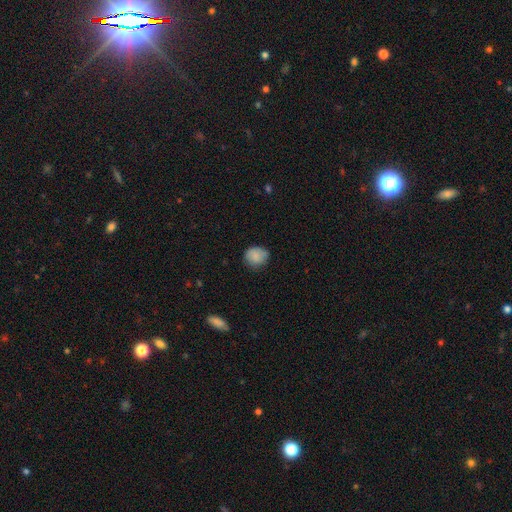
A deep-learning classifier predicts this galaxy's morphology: A smooth galaxy with no disk features (84%) that is round (73%). Merging: none (72%).